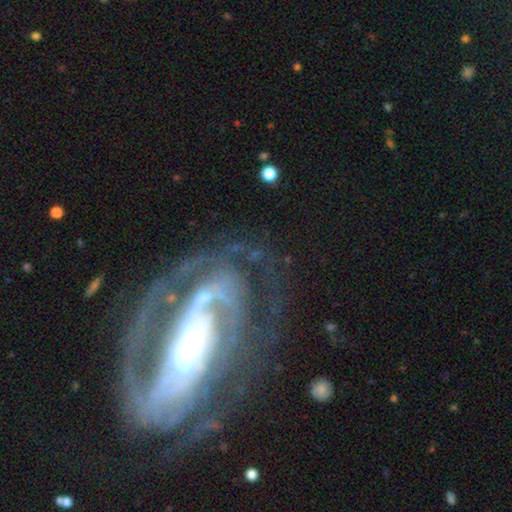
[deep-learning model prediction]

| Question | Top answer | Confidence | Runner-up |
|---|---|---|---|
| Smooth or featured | featured or disk | 84% | smooth (8%) |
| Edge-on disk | no | 94% | yes (6%) |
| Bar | no | 45% | strong (29%) |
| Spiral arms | yes | 88% | no (12%) |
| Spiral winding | tight | 45% | medium (38%) |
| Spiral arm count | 2 | 45% | can't tell (22%) |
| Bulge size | small | 53% | moderate (24%) |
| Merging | none | 52% | major disturbance (25%) |